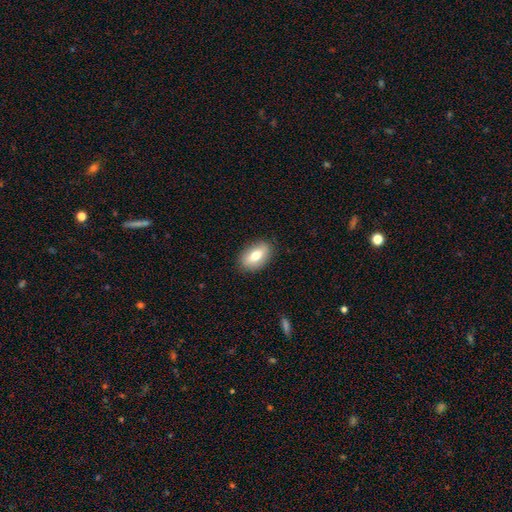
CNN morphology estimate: smooth 73%, featured or disk 19%, star or artifact 7%. Down the decision tree: how rounded — in between (90%); merging — none (86%).